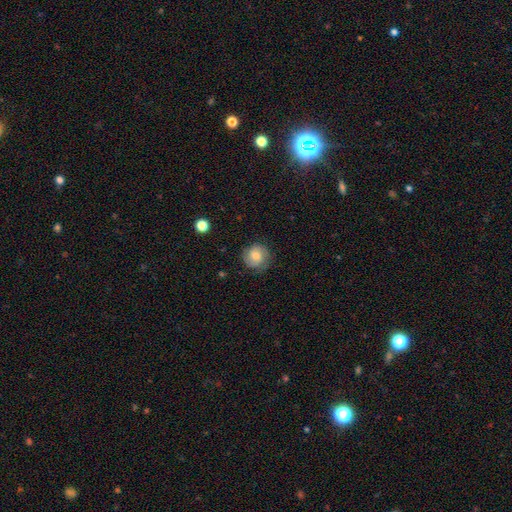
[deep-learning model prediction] A smooth galaxy with no disk features (62%) that is round (90%).

Vote fractions:
- Smooth or featured? smooth: 62% / featured or disk: 30% / star or artifact: 8%
- How rounded? round: 90% / in between: 9% / cigar-shaped: 1%
- Merging? none: 78% / minor disturbance: 16% / major disturbance: 5% / merger: 1%